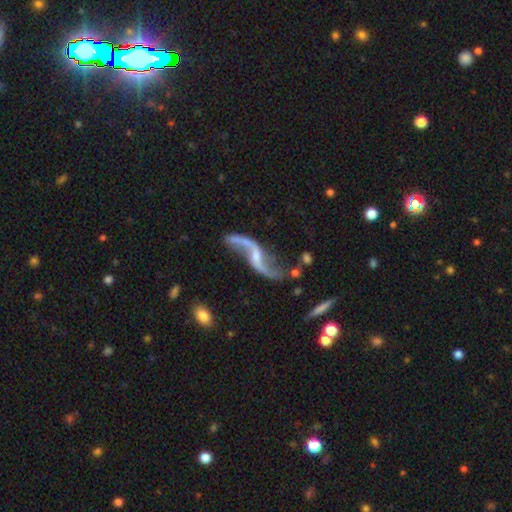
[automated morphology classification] This is clearly a featured or disk galaxy (90%). It is clearly not viewed edge-on (92%). Bar: marginally no (44%). Spiral arm pattern: clearly yes (96%). Spiral arm count: clearly 2 (93%). Spiral winding: clearly loose (92%). Central bulge: likely small (60%). Merging: likely none (66%).